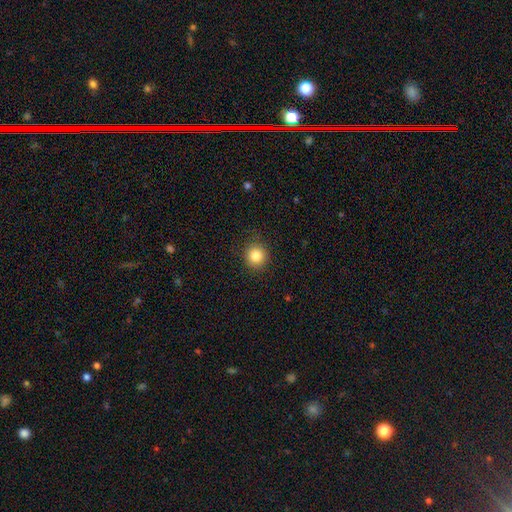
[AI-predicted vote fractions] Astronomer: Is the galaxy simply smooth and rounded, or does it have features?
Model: smooth — 84%.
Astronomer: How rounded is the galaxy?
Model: round — 90%.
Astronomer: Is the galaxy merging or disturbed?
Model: none — 87%.